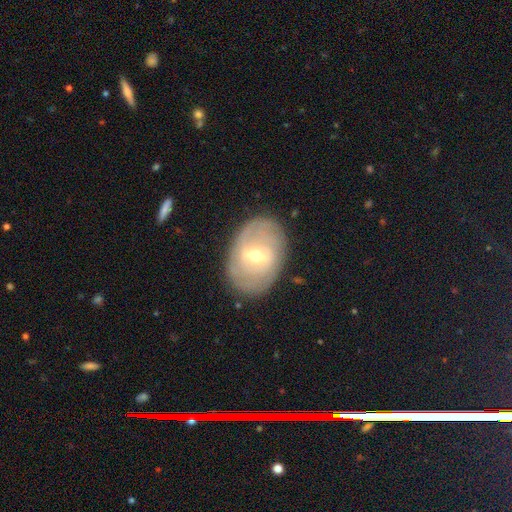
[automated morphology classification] featured or disk 70%, smooth 23%, star or artifact 7%. Down the decision tree: edge-on disk — no (94%); bar — weak (55%); spiral arms — yes (68%); bulge size — small (52%); merging — none (81%).